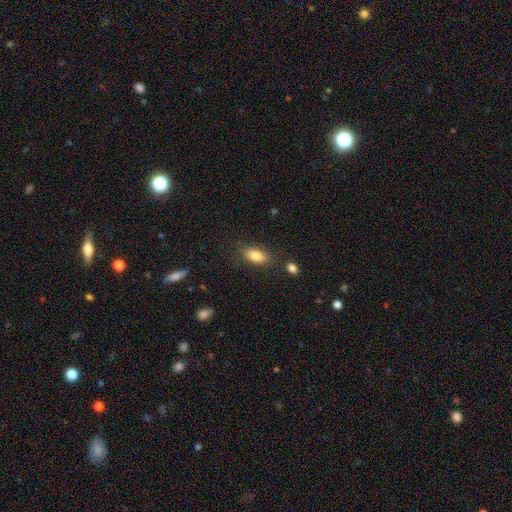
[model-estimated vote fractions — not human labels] Morphology: type=smooth (84%); roundness=in between (88%); merging=none (83%).